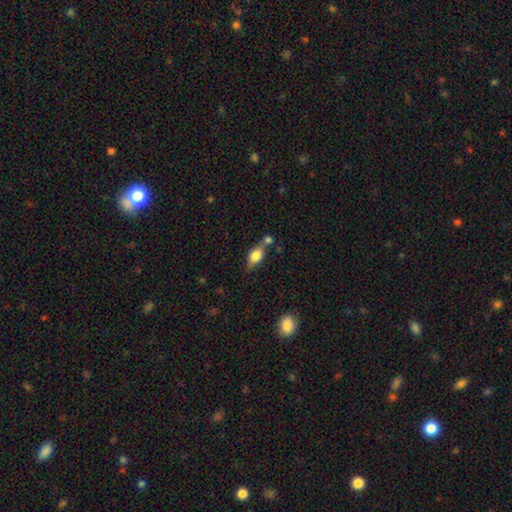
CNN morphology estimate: smooth 72%, featured or disk 20%, star or artifact 8%. Down the decision tree: how rounded — in between (78%); merging — none (51%).